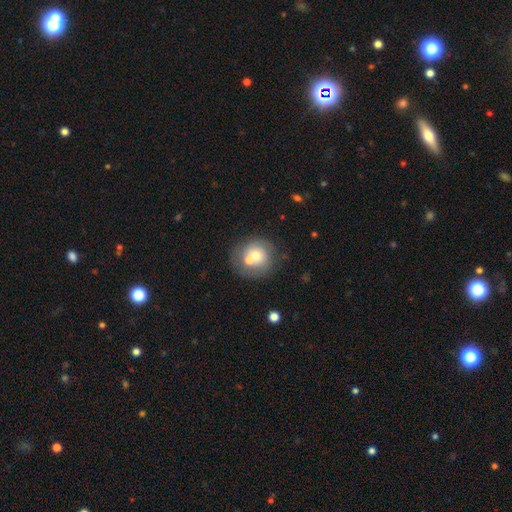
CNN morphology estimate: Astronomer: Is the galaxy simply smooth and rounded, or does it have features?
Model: smooth — 65%.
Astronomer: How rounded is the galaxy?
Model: round — 87%.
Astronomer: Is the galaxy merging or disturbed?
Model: none — 49% (runner-up: merger, 32%).